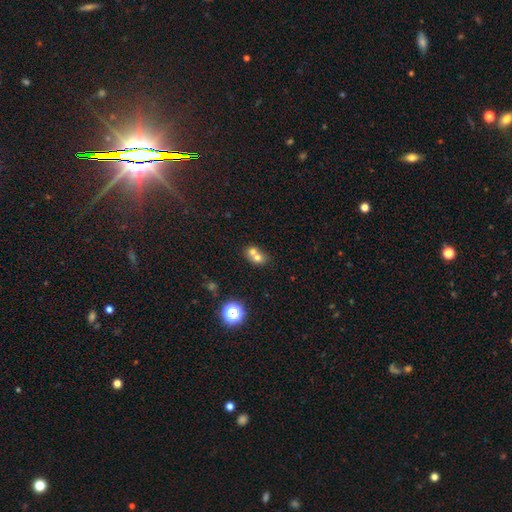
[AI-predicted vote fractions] Q: Smooth or featured?
A: smooth (66%); runner-up: featured or disk (19%)
Q: How rounded?
A: round (63%); runner-up: in between (35%)
Q: Merging?
A: merger (64%); runner-up: none (27%)